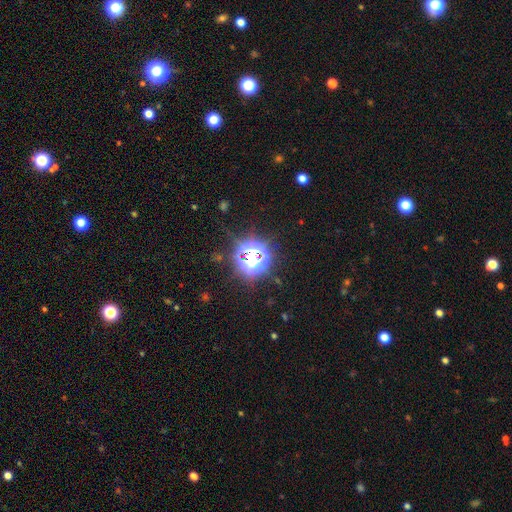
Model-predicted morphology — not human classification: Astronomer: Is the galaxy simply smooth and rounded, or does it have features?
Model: star or artifact — 73%.